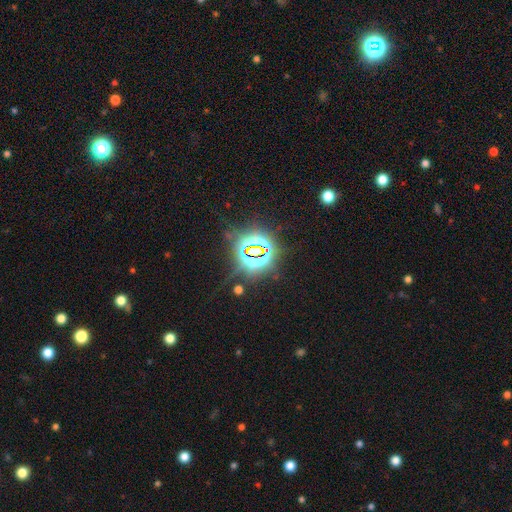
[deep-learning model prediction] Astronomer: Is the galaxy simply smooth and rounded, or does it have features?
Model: star or artifact — 80%.